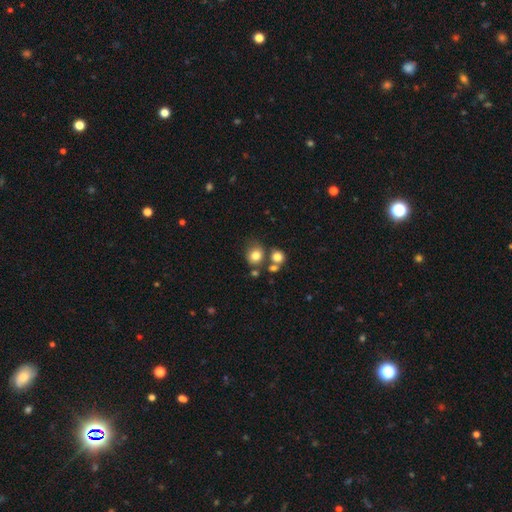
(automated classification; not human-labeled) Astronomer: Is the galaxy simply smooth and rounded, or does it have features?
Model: smooth — 79%.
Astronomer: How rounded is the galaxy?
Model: round — 71%.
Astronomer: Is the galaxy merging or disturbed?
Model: none — 61%.